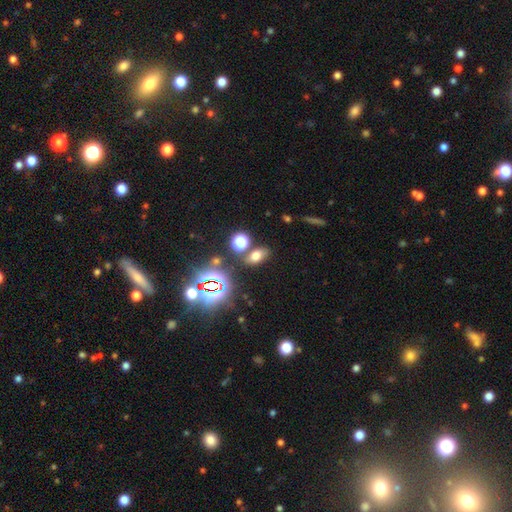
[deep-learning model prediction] Smooth or featured? Predicted: smooth (p=0.61). How rounded? Predicted: in between (p=0.80). Merging? Predicted: none (p=0.75).